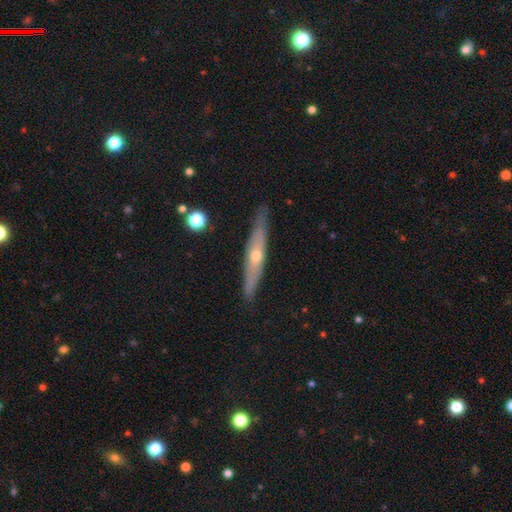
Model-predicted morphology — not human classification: A featured or disk galaxy (65%) viewed edge-on (88%) with a rounded central bulge (79%). Merging: none (89%).